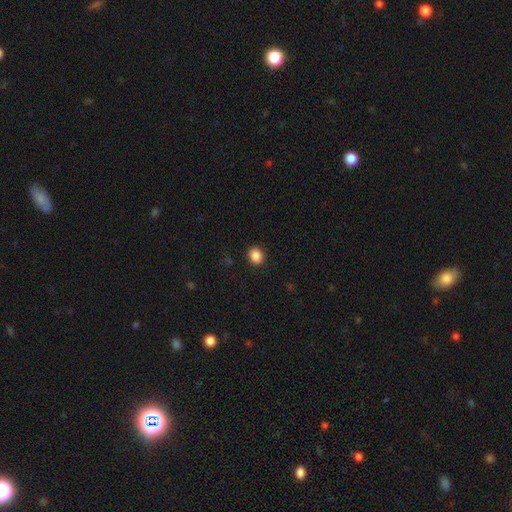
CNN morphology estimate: smooth 88%, star or artifact 9%, featured or disk 3%. Down the decision tree: how rounded — round (59%); merging — none (90%).